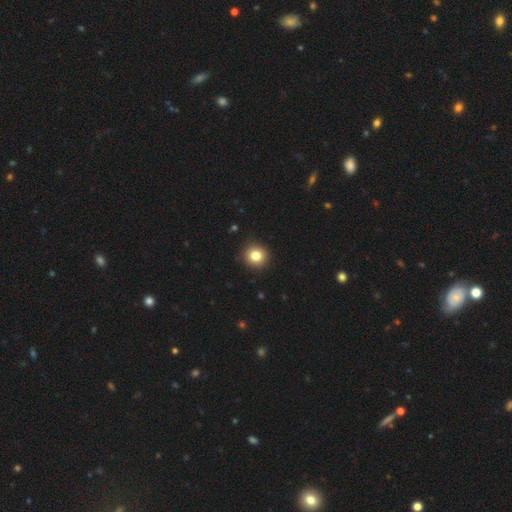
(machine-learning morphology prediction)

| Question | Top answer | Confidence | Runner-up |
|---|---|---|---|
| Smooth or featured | smooth | 82% | star or artifact (11%) |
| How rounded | round | 92% | in between (7%) |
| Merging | none | 92% | minor disturbance (5%) |